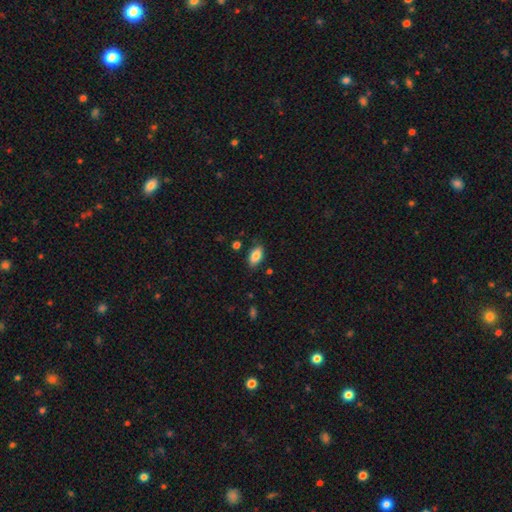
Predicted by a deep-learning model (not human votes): Overall: smooth (84%). How rounded: in between (92%). Merging: none (82%).